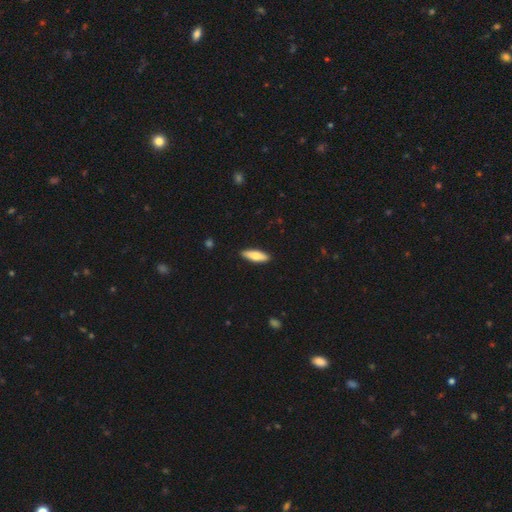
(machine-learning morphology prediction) This is likely a smooth galaxy (71%). How rounded: possibly in between (51%). Merging: clearly none (90%).